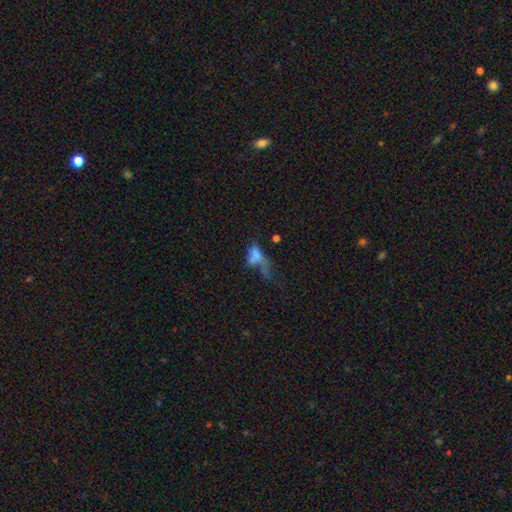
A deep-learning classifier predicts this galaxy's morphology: smooth-or-featured: smooth: 55% | featured or disk: 29% | star or artifact: 16%
  how-rounded: in between: 72% | cigar-shaped: 17% | round: 10%
  merging: merger: 38% | major disturbance: 31% | none: 18% | minor disturbance: 13%